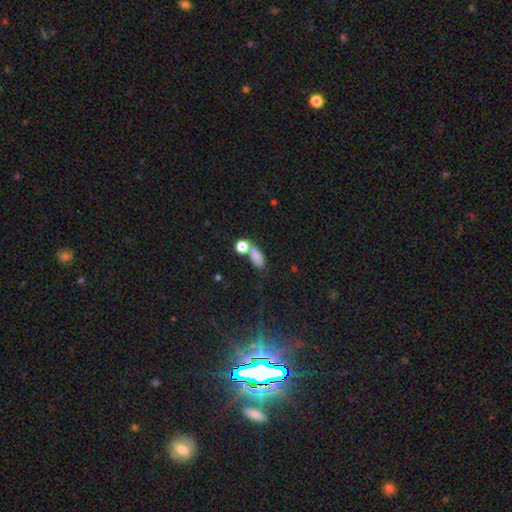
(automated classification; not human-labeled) Smooth or featured? smooth (78%)
How rounded? in between (75%)
Merging? none (48%)